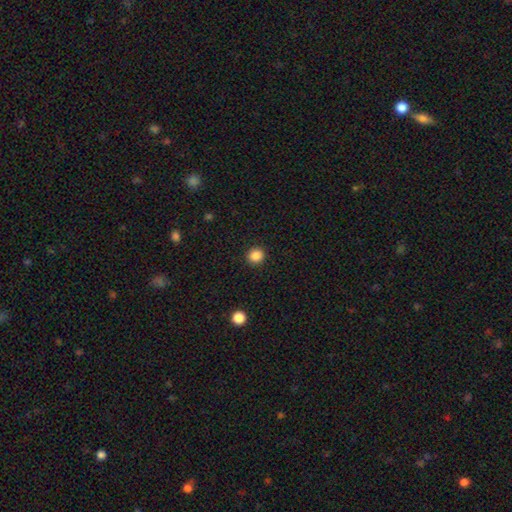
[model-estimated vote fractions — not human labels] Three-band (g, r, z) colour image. It shows a smooth galaxy with no disk features (86%) that is round (88%). Merging: none (92%).